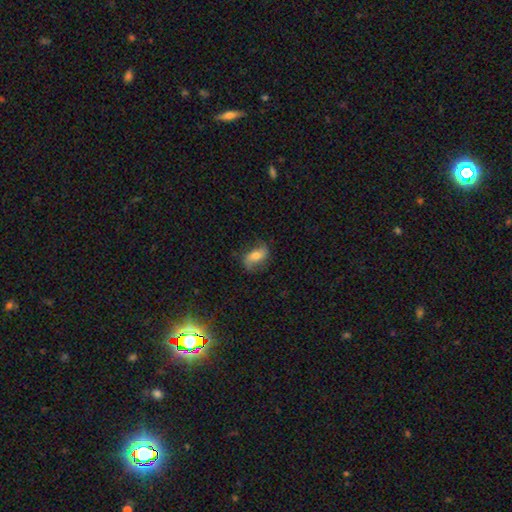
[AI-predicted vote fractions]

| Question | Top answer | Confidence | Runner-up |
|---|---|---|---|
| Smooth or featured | smooth | 49% | featured or disk (42%) |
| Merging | none | 71% | minor disturbance (20%) |